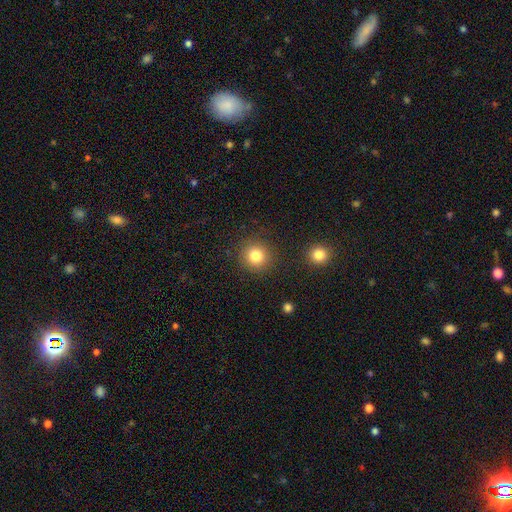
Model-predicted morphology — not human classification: Smooth or featured? smooth (81%)
How rounded? round (93%)
Merging? none (88%)